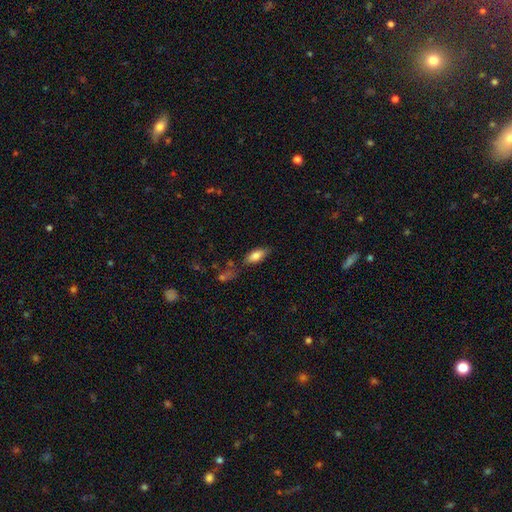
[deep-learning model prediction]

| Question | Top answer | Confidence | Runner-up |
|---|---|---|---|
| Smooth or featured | smooth | 80% | featured or disk (12%) |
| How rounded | in between | 83% | cigar-shaped (14%) |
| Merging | none | 68% | minor disturbance (18%) |